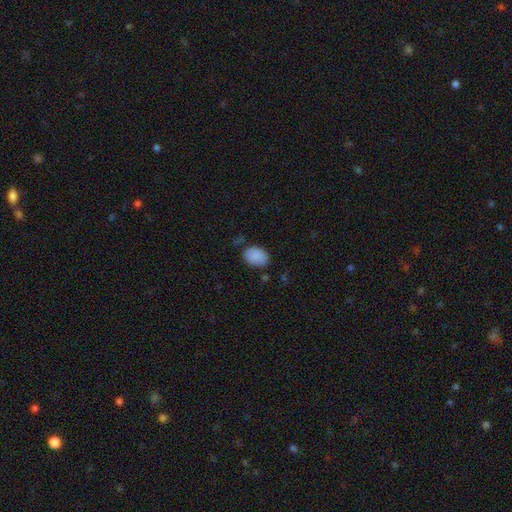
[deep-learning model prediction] smooth 88%, star or artifact 7%, featured or disk 5%. Down the decision tree: how rounded — in between (78%); merging — none (75%).